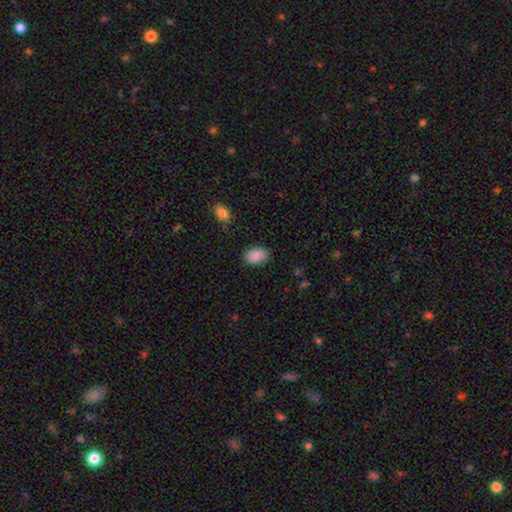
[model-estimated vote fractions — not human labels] Smooth or featured: smooth — 89% (star or artifact — 7%)
How rounded: in between — 86% (round — 13%)
Merging: none — 85% (minor disturbance — 11%)